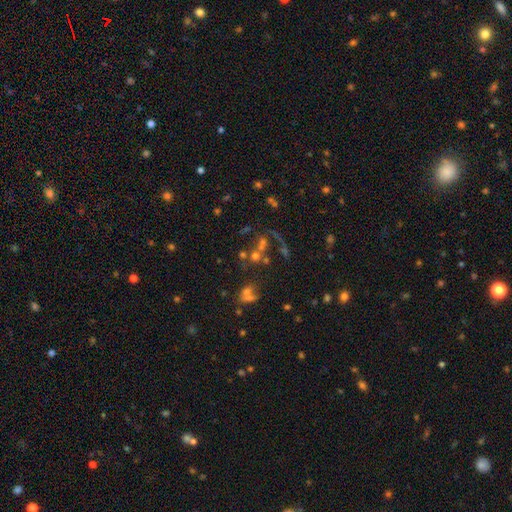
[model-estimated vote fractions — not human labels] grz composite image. It shows a smooth galaxy with no disk features (47%). Merging: merger (41%).